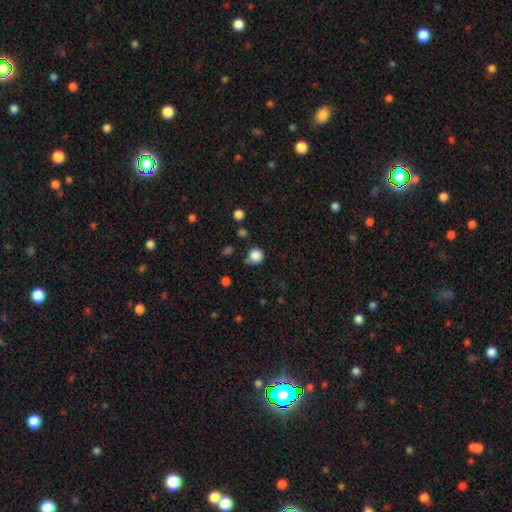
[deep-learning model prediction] A smooth galaxy with no disk features (85%) that is round (93%).

Vote fractions:
- Smooth or featured? smooth: 85% / star or artifact: 11% / featured or disk: 4%
- How rounded? round: 93% / in between: 6% / cigar-shaped: 1%
- Merging? none: 76% / minor disturbance: 14% / merger: 6% / major disturbance: 4%